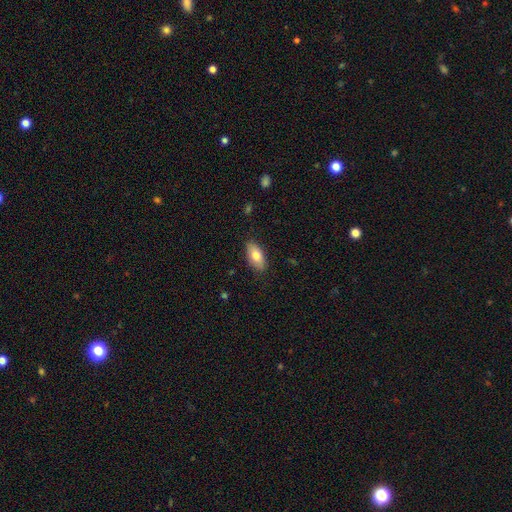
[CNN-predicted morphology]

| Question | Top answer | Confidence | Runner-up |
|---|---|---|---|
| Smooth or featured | smooth | 77% | featured or disk (17%) |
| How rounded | in between | 88% | cigar-shaped (9%) |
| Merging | none | 86% | minor disturbance (11%) |